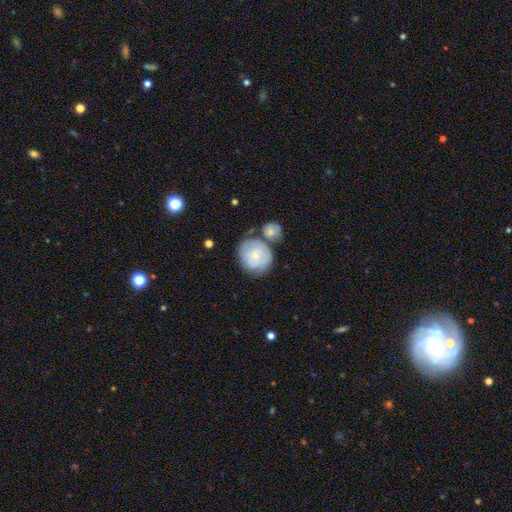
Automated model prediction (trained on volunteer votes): Smooth or featured: smooth — 57% (featured or disk — 36%)
How rounded: round — 81% (in between — 18%)
Merging: none — 50% (merger — 21%)